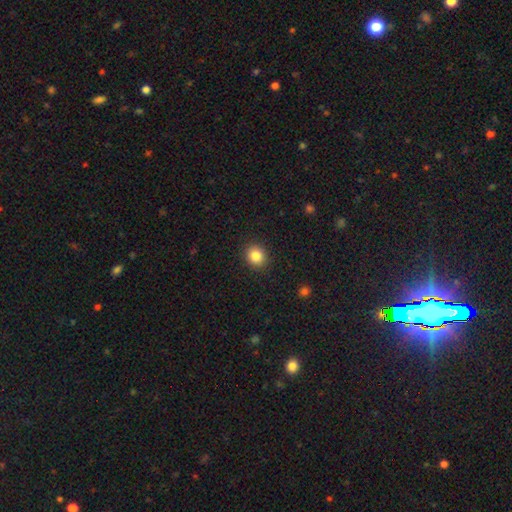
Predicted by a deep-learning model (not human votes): This is clearly a smooth galaxy (84%). How rounded: likely round (79%). Merging: clearly none (91%).